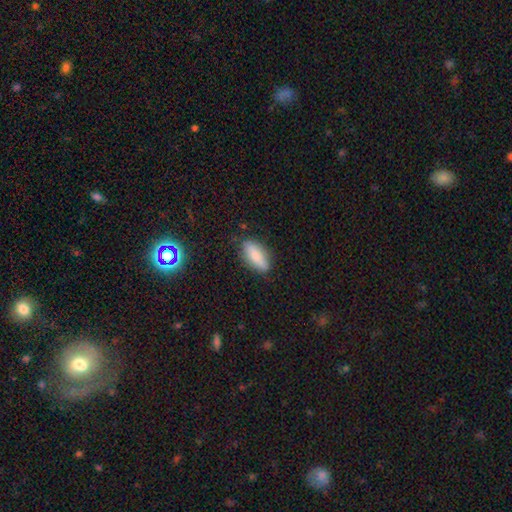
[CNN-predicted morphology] smooth_or_featured: smooth (p=0.79) [alt: featured or disk p=0.14]
how_rounded: in between (p=0.67) [alt: cigar-shaped p=0.31]
merging: none (p=0.78) [alt: minor disturbance p=0.17]